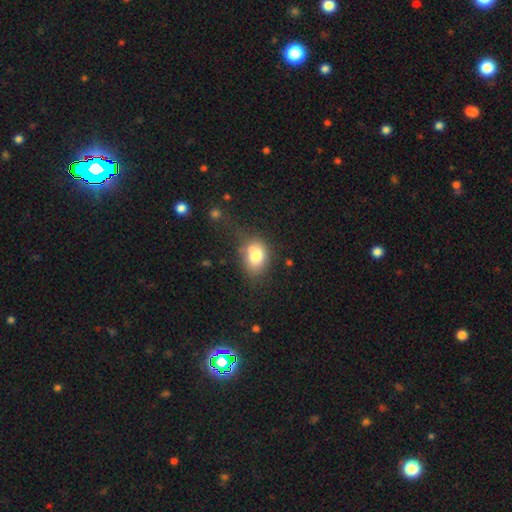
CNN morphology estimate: A smooth galaxy with no disk features (78%) that is in between round and cigar-shaped (67%).

Vote fractions:
- Smooth or featured? smooth: 78% / featured or disk: 12% / star or artifact: 10%
- How rounded? in between: 67% / round: 32% / cigar-shaped: 1%
- Merging? none: 51% / minor disturbance: 26% / major disturbance: 12% / merger: 11%